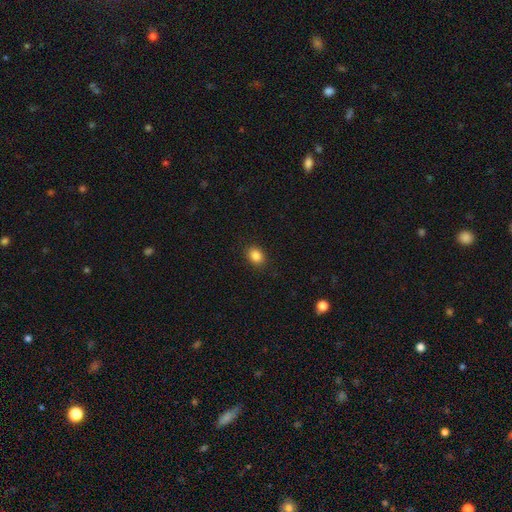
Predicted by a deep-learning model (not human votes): smooth_or_featured: smooth (p=0.86) [alt: star or artifact p=0.10]
how_rounded: in between (p=0.54) [alt: round p=0.45]
merging: none (p=0.89) [alt: minor disturbance p=0.08]